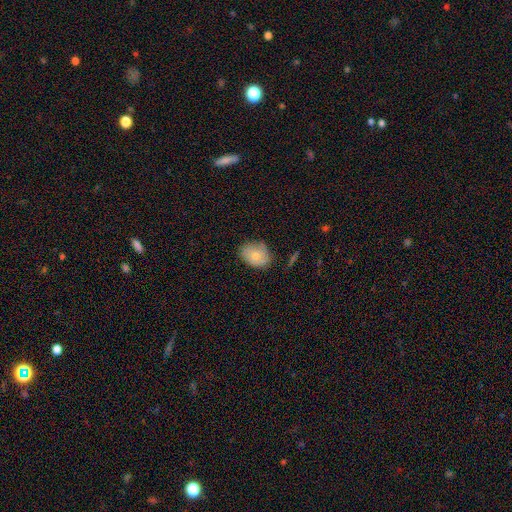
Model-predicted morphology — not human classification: The model was most divided on "how rounded": in between: 65%, round: 34%, cigar-shaped: 1%. More confident: smooth or featured — smooth (76%); merging — none (67%).